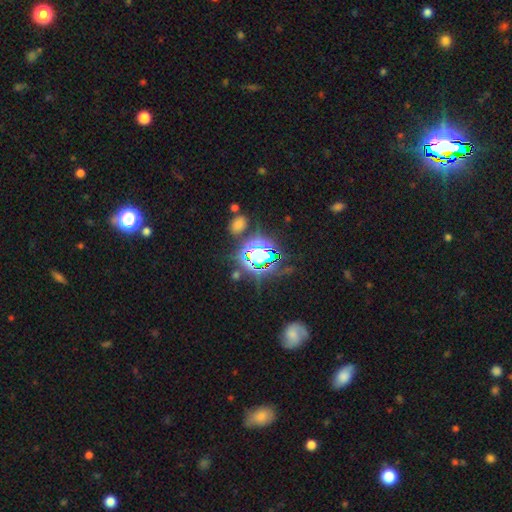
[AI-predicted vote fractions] This is likely a star or artifact rather than a galaxy (77%).